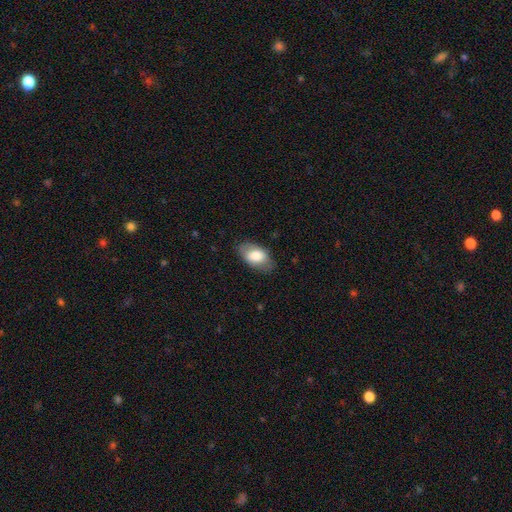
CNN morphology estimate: type=smooth (73%); roundness=in between (92%); merging=none (79%).